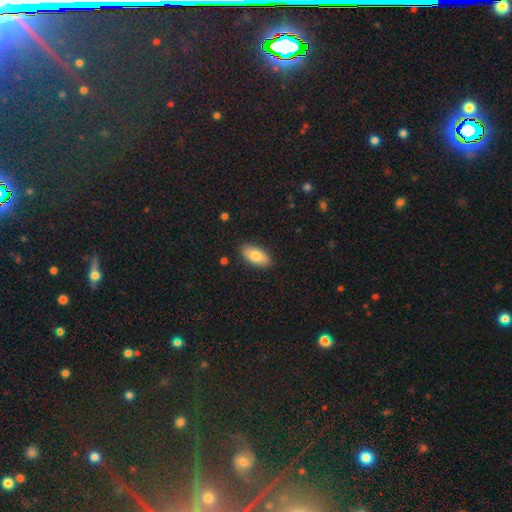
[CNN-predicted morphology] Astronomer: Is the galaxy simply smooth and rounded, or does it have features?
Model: smooth — 78%.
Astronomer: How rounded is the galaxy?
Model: in between — 91%.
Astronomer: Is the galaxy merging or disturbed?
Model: none — 87%.